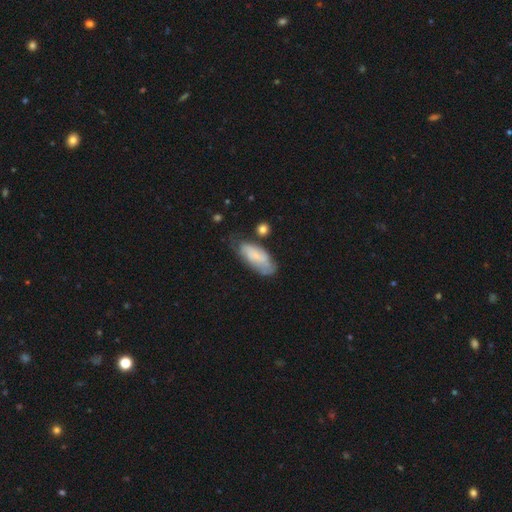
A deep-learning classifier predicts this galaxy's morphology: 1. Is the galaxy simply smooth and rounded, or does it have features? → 54% smooth, 39% featured or disk, 7% star or artifact.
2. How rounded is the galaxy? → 84% in between, 14% cigar-shaped, 2% round.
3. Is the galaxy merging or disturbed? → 53% none, 30% minor disturbance, 12% major disturbance, 6% merger.